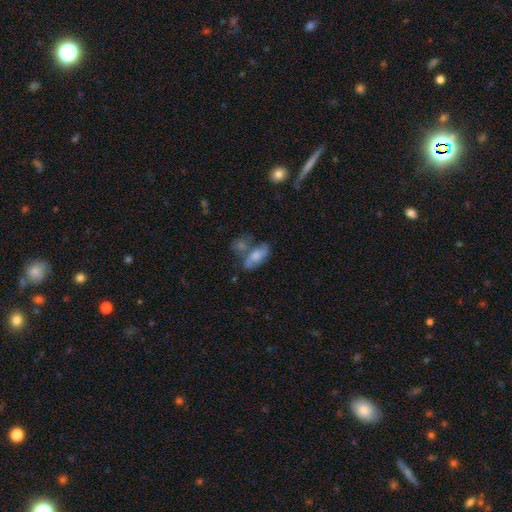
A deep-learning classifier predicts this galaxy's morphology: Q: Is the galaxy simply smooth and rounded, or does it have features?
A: smooth — 53%.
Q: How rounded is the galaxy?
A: in between — 84%.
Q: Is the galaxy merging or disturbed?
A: none — 37%.